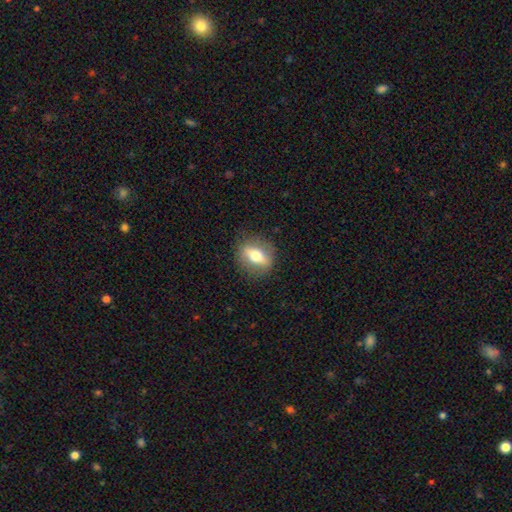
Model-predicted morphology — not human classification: A smooth galaxy with no disk features (48%). Merging: none (84%).